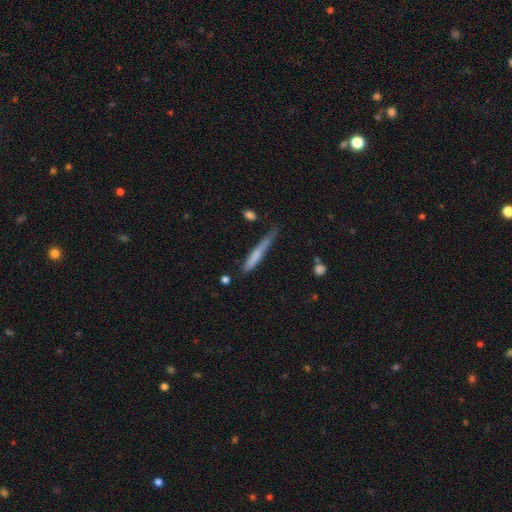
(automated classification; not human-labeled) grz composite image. It shows a smooth galaxy with no disk features (66%) that is cigar-shaped (95%). Merging: none (62%).